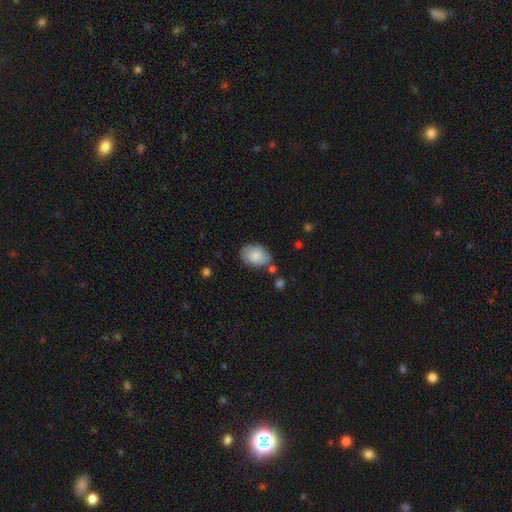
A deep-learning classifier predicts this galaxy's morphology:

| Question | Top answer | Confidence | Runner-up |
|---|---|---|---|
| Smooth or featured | smooth | 83% | featured or disk (10%) |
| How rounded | in between | 86% | round (13%) |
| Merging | none | 70% | minor disturbance (20%) |